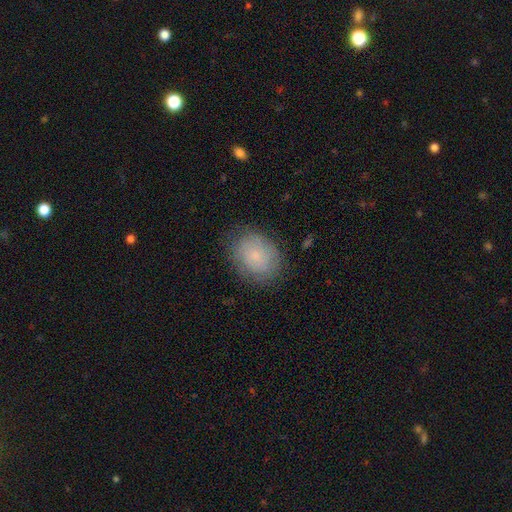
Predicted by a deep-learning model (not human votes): Smooth or featured?
  - smooth: 75% *
  - featured or disk: 17%
  - star or artifact: 8%
How rounded?
  - in between: 58% *
  - round: 41%
  - cigar-shaped: 1%
Merging?
  - none: 77% *
  - minor disturbance: 17%
  - major disturbance: 5%
  - merger: 1%